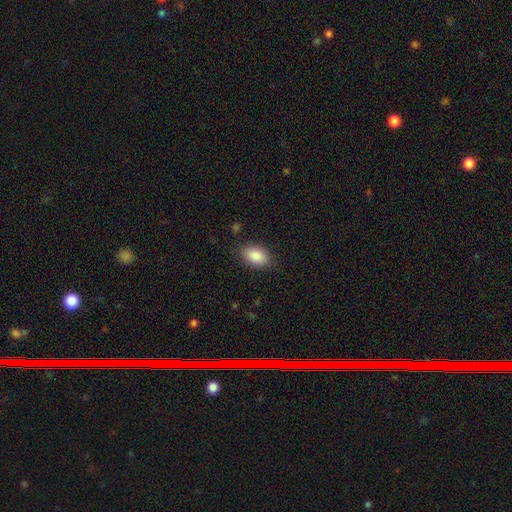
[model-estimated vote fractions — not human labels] Smooth or featured? Predicted: smooth (p=0.87). How rounded? Predicted: in between (p=0.89). Merging? Predicted: none (p=0.84).